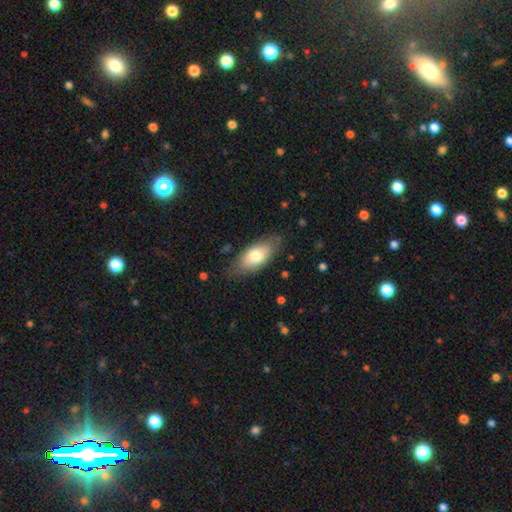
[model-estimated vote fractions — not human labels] Morphology: type=smooth (73%); roundness=in between (86%); merging=none (77%).